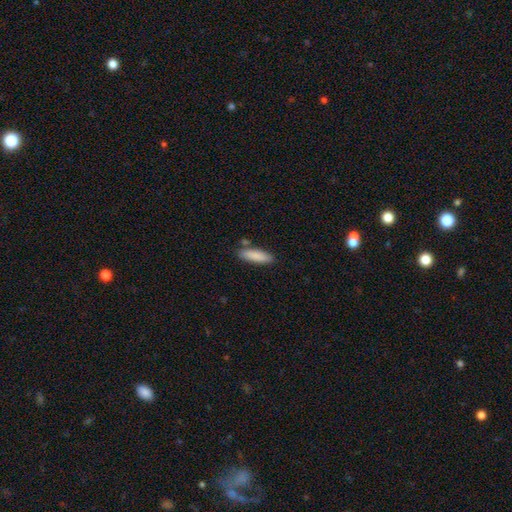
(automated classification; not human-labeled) Smooth or featured? Predicted: smooth (p=0.87). How rounded? Predicted: cigar-shaped (p=0.56). Merging? Predicted: none (p=0.80).